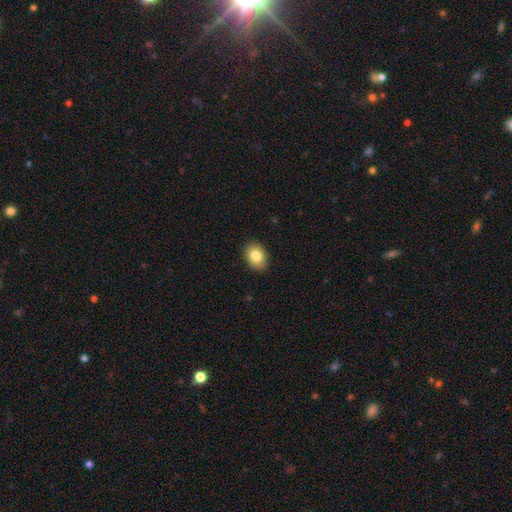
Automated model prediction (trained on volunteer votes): Q: Smooth or featured?
A: smooth (83%); runner-up: featured or disk (9%)
Q: How rounded?
A: in between (73%); runner-up: round (26%)
Q: Merging?
A: none (89%); runner-up: minor disturbance (8%)